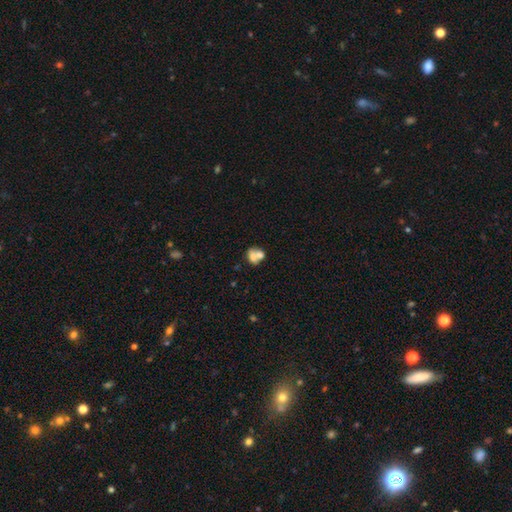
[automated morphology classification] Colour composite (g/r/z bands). It shows a smooth galaxy with no disk features (66%) that is in between round and cigar-shaped (53%). Merging: merger (59%).